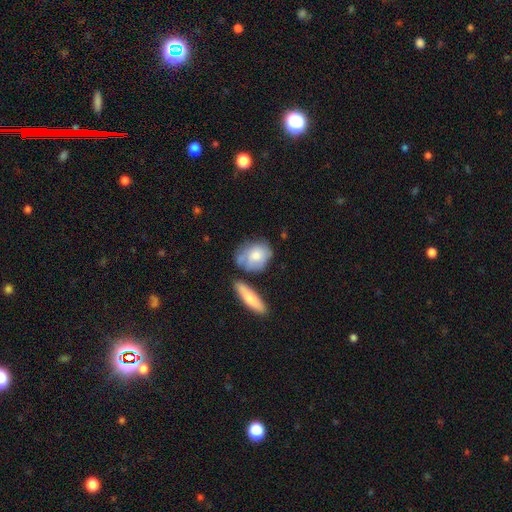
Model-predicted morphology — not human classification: Q: Smooth or featured?
A: smooth (68%); runner-up: featured or disk (26%)
Q: How rounded?
A: in between (55%); runner-up: round (41%)
Q: Merging?
A: none (47%); runner-up: minor disturbance (25%)